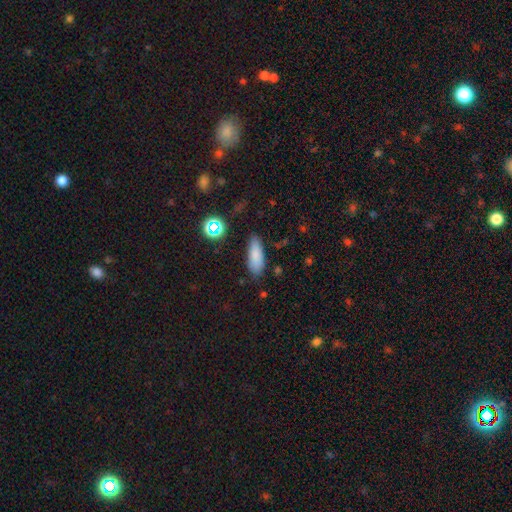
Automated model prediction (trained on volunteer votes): smooth_or_featured: smooth (p=0.81) [alt: star or artifact p=0.11]
how_rounded: in between (p=0.71) [alt: cigar-shaped p=0.27]
merging: none (p=0.79) [alt: minor disturbance p=0.15]